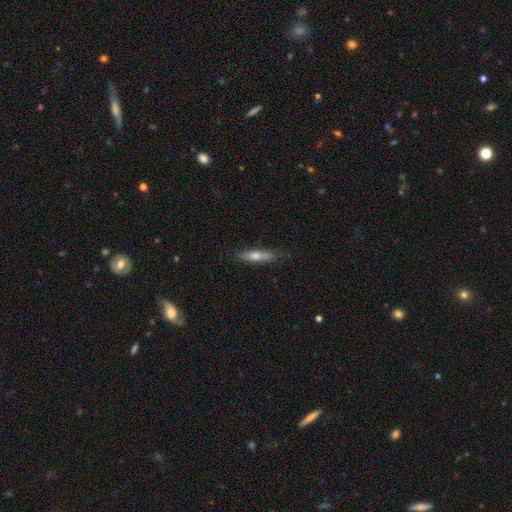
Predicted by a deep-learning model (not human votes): smooth 54%, featured or disk 39%, star or artifact 6%. Down the decision tree: how rounded — cigar-shaped (86%); merging — none (85%).